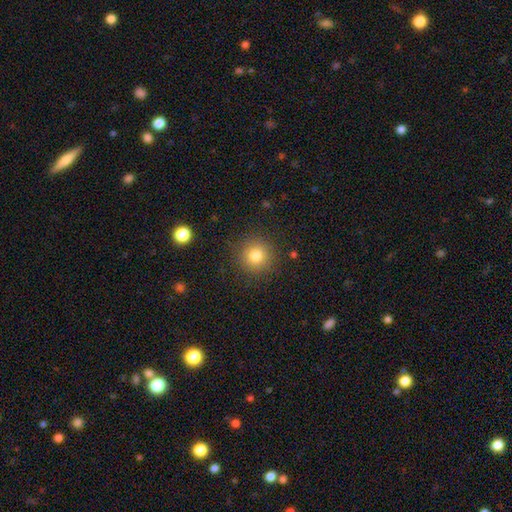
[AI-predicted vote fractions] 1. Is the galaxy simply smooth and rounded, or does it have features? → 79% smooth, 13% star or artifact, 8% featured or disk.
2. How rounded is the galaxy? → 94% round, 5% in between, 1% cigar-shaped.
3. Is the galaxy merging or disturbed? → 88% none, 7% minor disturbance, 3% major disturbance, 1% merger.